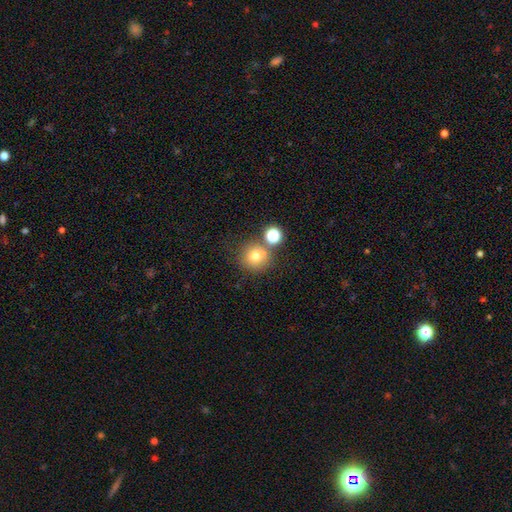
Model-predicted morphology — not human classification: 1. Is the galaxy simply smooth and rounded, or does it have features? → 74% smooth, 15% star or artifact, 11% featured or disk.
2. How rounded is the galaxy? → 91% round, 8% in between, 1% cigar-shaped.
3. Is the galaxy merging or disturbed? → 65% none, 21% merger, 10% minor disturbance, 4% major disturbance.